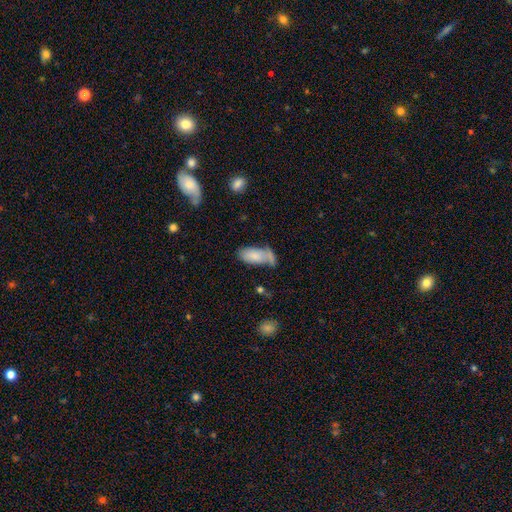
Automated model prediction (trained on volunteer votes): A smooth galaxy with no disk features (76%) that is in between round and cigar-shaped (88%).

Vote fractions:
- Smooth or featured? smooth: 76% / featured or disk: 16% / star or artifact: 7%
- How rounded? in between: 88% / cigar-shaped: 10% / round: 2%
- Merging? none: 34% / merger: 25% / minor disturbance: 25% / major disturbance: 16%